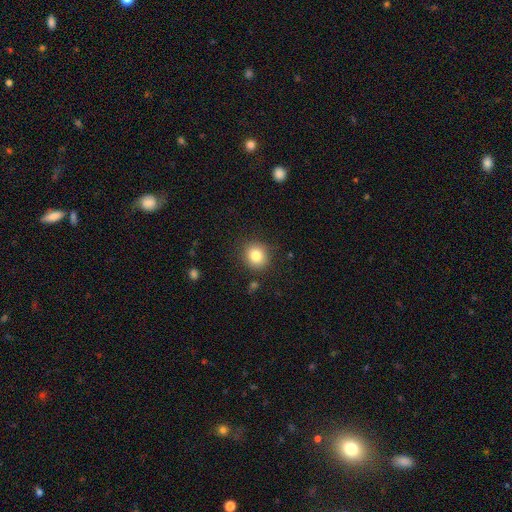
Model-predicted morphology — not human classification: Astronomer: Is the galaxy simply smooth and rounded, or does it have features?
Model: smooth — 82%.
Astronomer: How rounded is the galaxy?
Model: round — 85%.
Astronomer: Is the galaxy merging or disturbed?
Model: none — 88%.